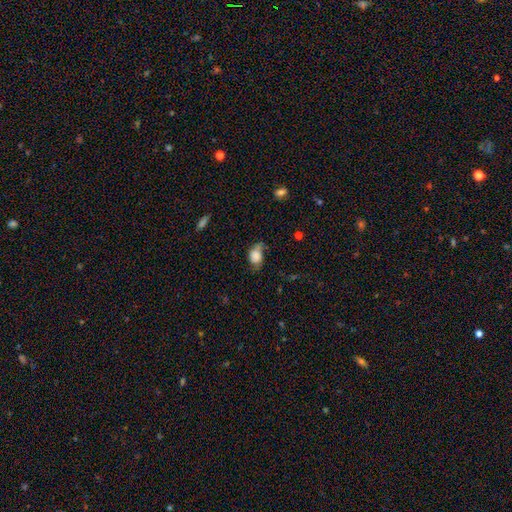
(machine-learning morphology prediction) Smooth or featured: smooth — 70% (featured or disk — 20%)
How rounded: in between — 72% (round — 27%)
Merging: none — 40% (minor disturbance — 37%)